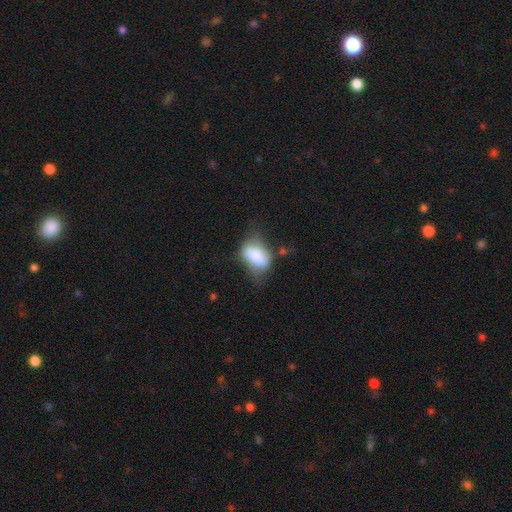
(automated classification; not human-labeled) A smooth galaxy with no disk features (67%) that is in between round and cigar-shaped (87%). Merging: none (36%).